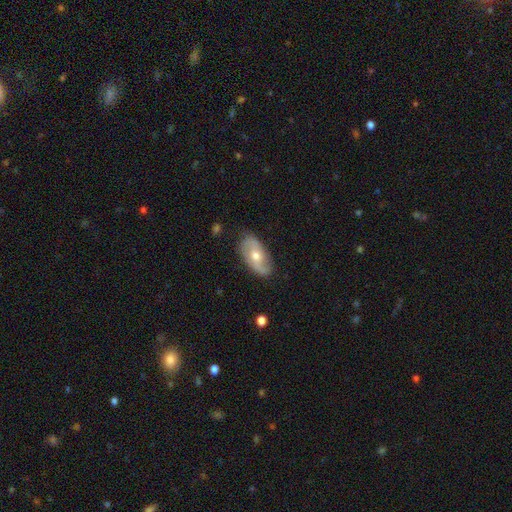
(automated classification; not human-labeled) A featured or disk galaxy (57%) with no bar (61%), spiral arms (72%) and a moderate central bulge (73%).

Vote fractions:
- Smooth or featured? featured or disk: 57% / smooth: 37% / star or artifact: 6%
- Edge-on disk? no: 90% / yes: 10%
- Bar? no: 61% / weak: 30% / strong: 9%
- Spiral arms? yes: 72% / no: 28%
- Bulge size? moderate: 73% / small: 21% / large: 5% / none: 1% / dominant: 1%
- Merging? none: 77% / minor disturbance: 17% / major disturbance: 4% / merger: 1%